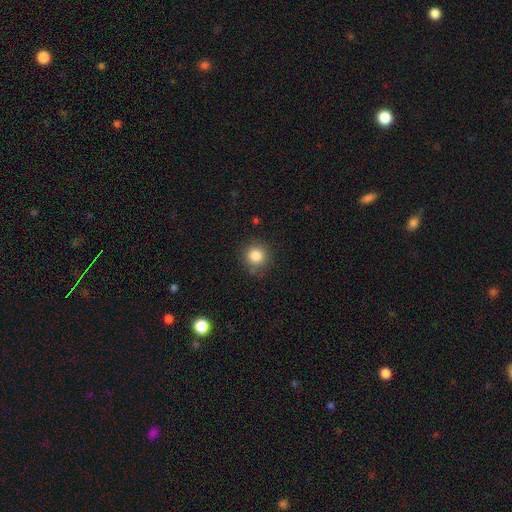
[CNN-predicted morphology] A smooth galaxy with no disk features (84%) that is round (91%).

Vote fractions:
- Smooth or featured? smooth: 84% / star or artifact: 11% / featured or disk: 5%
- How rounded? round: 91% / in between: 8% / cigar-shaped: 1%
- Merging? none: 83% / minor disturbance: 11% / major disturbance: 3% / merger: 2%